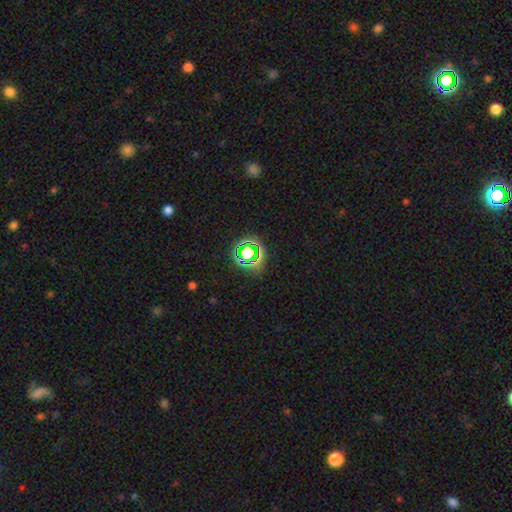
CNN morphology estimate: star or artifact 61%, smooth 28%, featured or disk 11%.